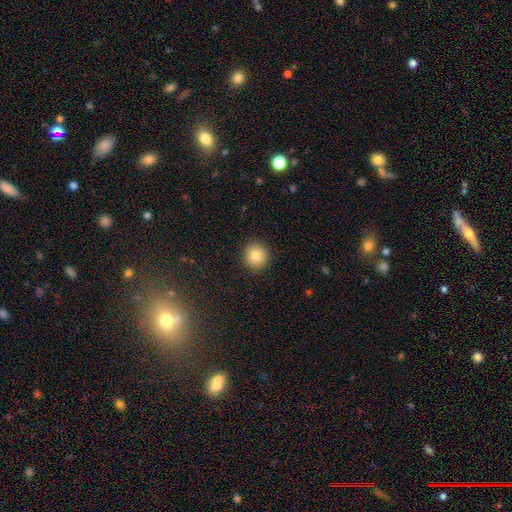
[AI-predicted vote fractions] Smooth or featured: smooth — 83% (star or artifact — 10%)
How rounded: round — 92% (in between — 7%)
Merging: none — 92% (minor disturbance — 6%)